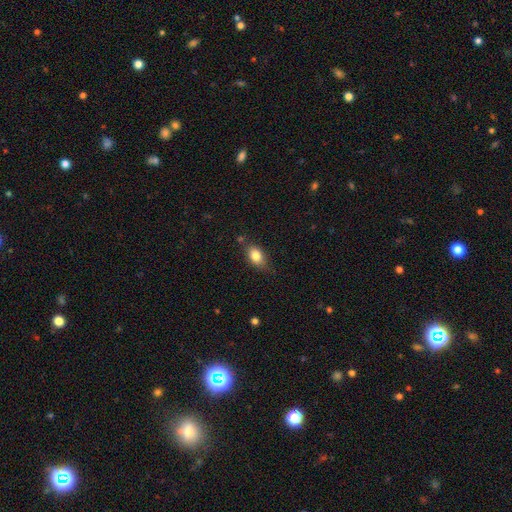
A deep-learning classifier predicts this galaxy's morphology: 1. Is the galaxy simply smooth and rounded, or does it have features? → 82% smooth, 9% featured or disk, 8% star or artifact.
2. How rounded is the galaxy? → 83% in between, 14% round, 3% cigar-shaped.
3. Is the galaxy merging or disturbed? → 69% none, 22% minor disturbance, 5% major disturbance, 4% merger.